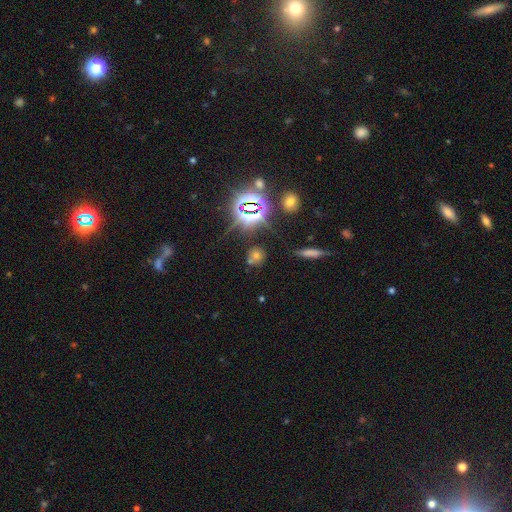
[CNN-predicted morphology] smooth_or_featured: star or artifact (p=0.47) [alt: smooth p=0.41]